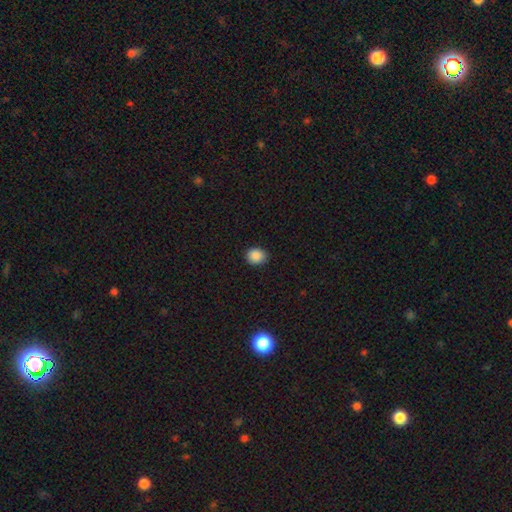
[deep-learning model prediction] Morphology: type=smooth (88%); roundness=round (71%); merging=none (88%).